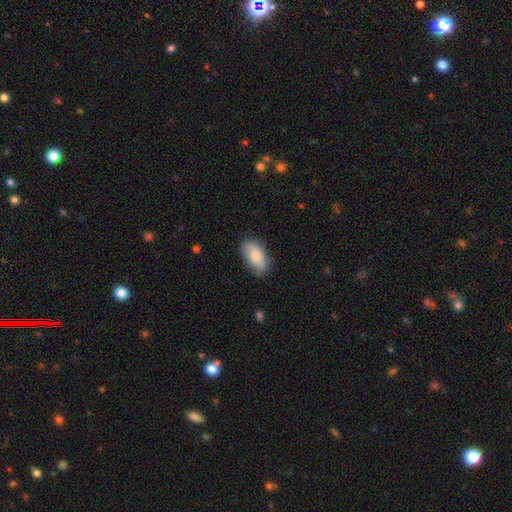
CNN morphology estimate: Smooth or featured? smooth (81%)
How rounded? in between (92%)
Merging? none (79%)